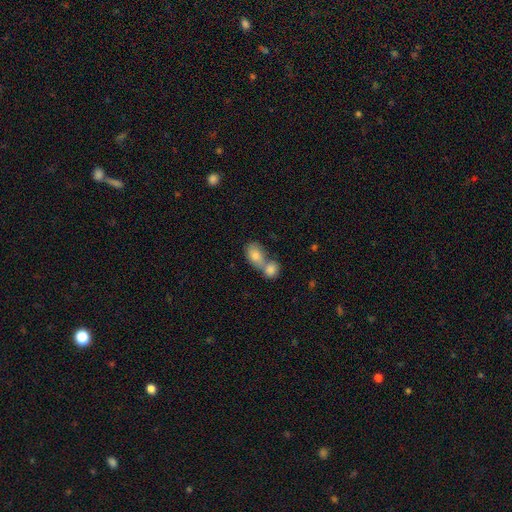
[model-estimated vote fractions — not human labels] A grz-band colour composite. It shows a smooth galaxy with no disk features (80%) that is in between round and cigar-shaped (70%). Merging: merger (67%).